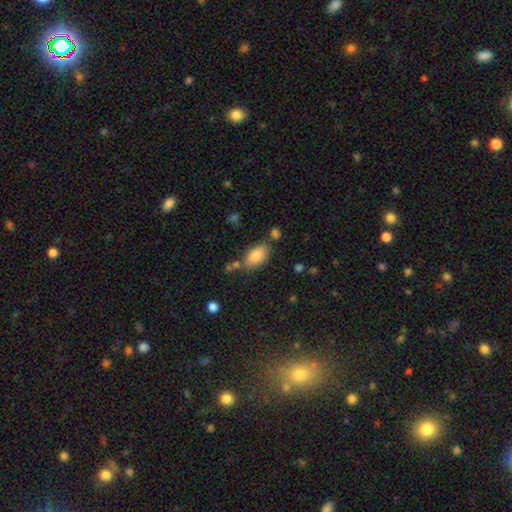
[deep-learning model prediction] Smooth or featured?
  - smooth: 82% *
  - featured or disk: 11%
  - star or artifact: 8%
How rounded?
  - in between: 92% *
  - round: 4%
  - cigar-shaped: 4%
Merging?
  - none: 64% *
  - minor disturbance: 19%
  - merger: 12%
  - major disturbance: 5%